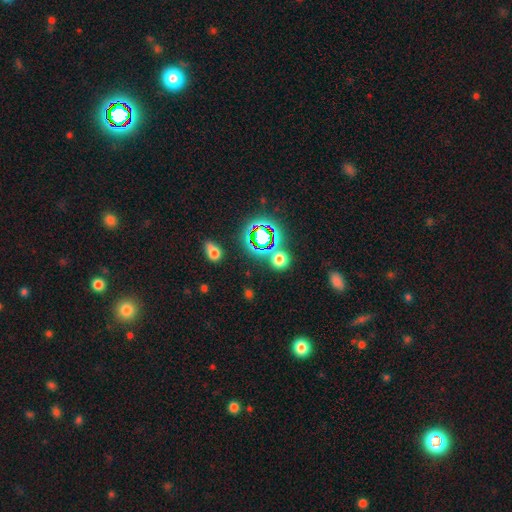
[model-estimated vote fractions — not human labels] Morphology: type=star or artifact (67%).